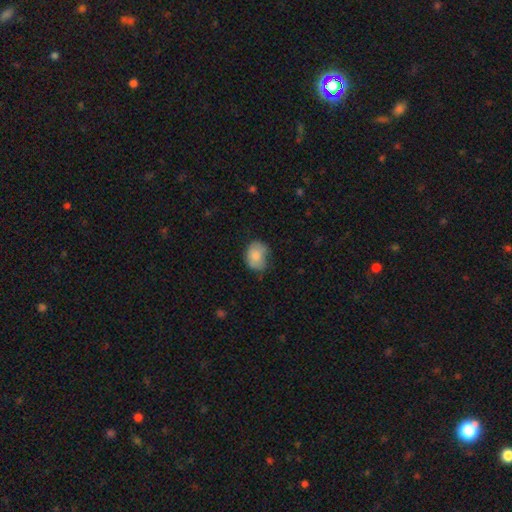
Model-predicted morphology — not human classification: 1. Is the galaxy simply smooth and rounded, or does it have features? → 81% smooth, 11% featured or disk, 8% star or artifact.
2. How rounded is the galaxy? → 59% in between, 40% round, 1% cigar-shaped.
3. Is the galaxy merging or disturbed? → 51% none, 36% minor disturbance, 11% major disturbance, 2% merger.